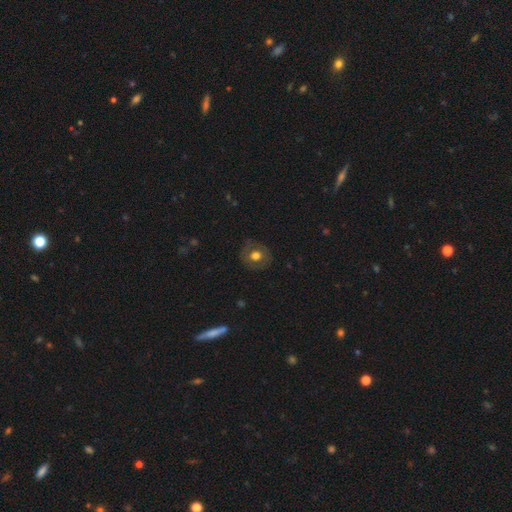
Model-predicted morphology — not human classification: This appears to be a smooth galaxy with no disk features (58%) that is round (78%). Merging: none (82%).